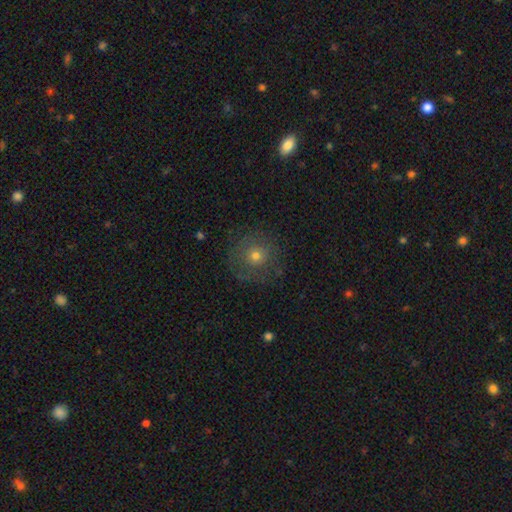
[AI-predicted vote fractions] A smooth galaxy with no disk features (58%) that is round (93%).

Vote fractions:
- Smooth or featured? smooth: 58% / featured or disk: 27% / star or artifact: 16%
- How rounded? round: 93% / in between: 6% / cigar-shaped: 1%
- Merging? none: 78% / minor disturbance: 13% / major disturbance: 8% / merger: 1%